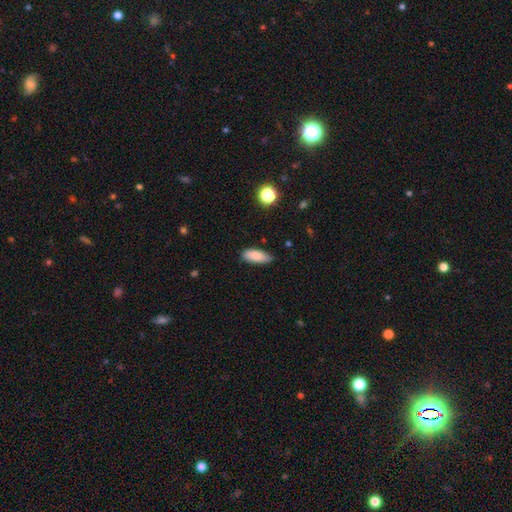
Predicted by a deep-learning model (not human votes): A smooth galaxy with no disk features (84%) that is in between round and cigar-shaped (77%).

Vote fractions:
- Smooth or featured? smooth: 84% / featured or disk: 8% / star or artifact: 8%
- How rounded? in between: 77% / cigar-shaped: 21% / round: 2%
- Merging? none: 73% / minor disturbance: 23% / major disturbance: 3% / merger: 2%